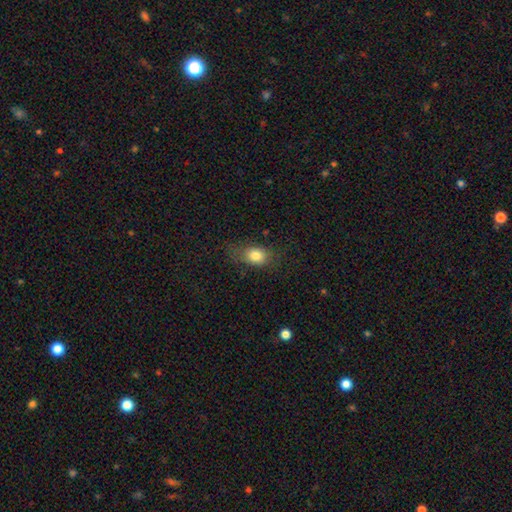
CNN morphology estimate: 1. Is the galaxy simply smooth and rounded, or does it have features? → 80% smooth, 10% featured or disk, 10% star or artifact.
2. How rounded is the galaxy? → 68% in between, 29% round, 3% cigar-shaped.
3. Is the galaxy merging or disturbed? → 65% none, 23% minor disturbance, 11% major disturbance, 1% merger.